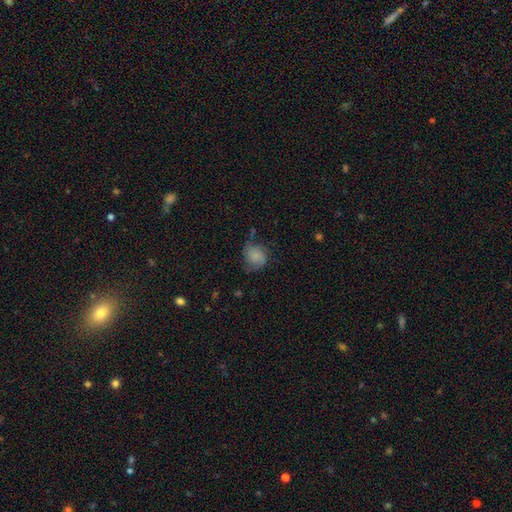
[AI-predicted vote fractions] Morphology: type=smooth (64%); roundness=round (68%); merging=none (54%).